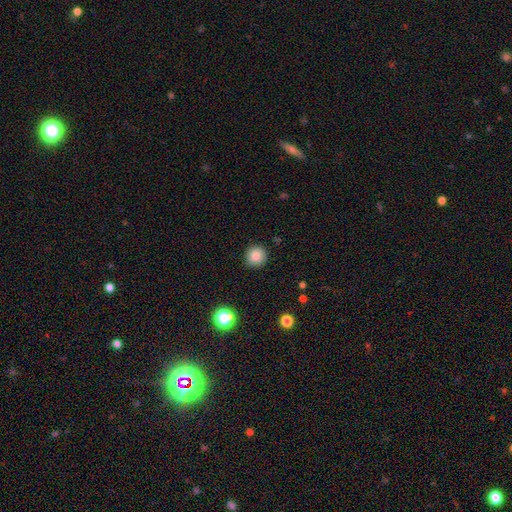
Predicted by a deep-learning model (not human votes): Smooth or featured?
  - smooth: 85% *
  - star or artifact: 10%
  - featured or disk: 4%
How rounded?
  - round: 94% *
  - in between: 5%
  - cigar-shaped: 1%
Merging?
  - none: 89% *
  - minor disturbance: 8%
  - major disturbance: 2%
  - merger: 1%